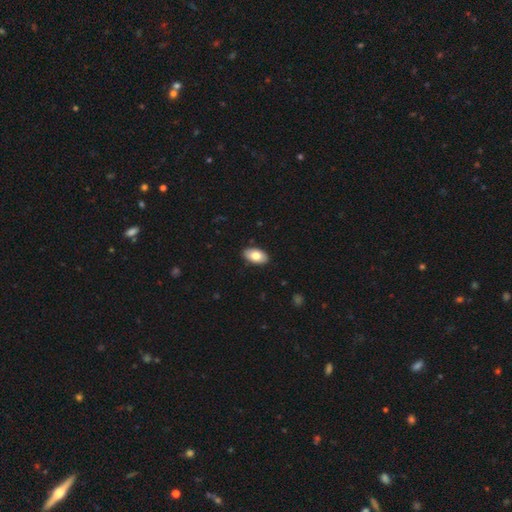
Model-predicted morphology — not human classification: Q: Smooth or featured?
A: smooth (77%); runner-up: featured or disk (16%)
Q: How rounded?
A: in between (94%); runner-up: round (4%)
Q: Merging?
A: none (89%); runner-up: minor disturbance (9%)